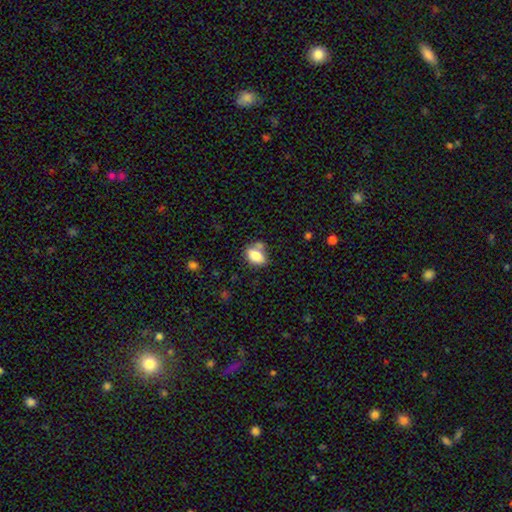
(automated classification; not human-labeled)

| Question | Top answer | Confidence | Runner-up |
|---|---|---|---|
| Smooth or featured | smooth | 81% | featured or disk (11%) |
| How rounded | in between | 84% | round (13%) |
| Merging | none | 52% | merger (21%) |